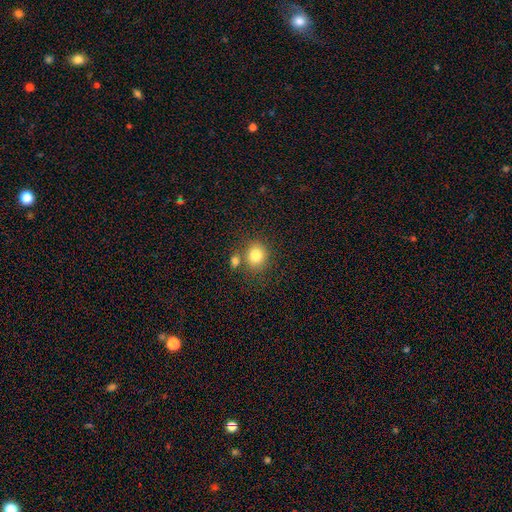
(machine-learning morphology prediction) smooth_or_featured: smooth (p=0.82) [alt: star or artifact p=0.11]
how_rounded: round (p=0.79) [alt: in between p=0.20]
merging: none (p=0.67) [alt: merger p=0.19]